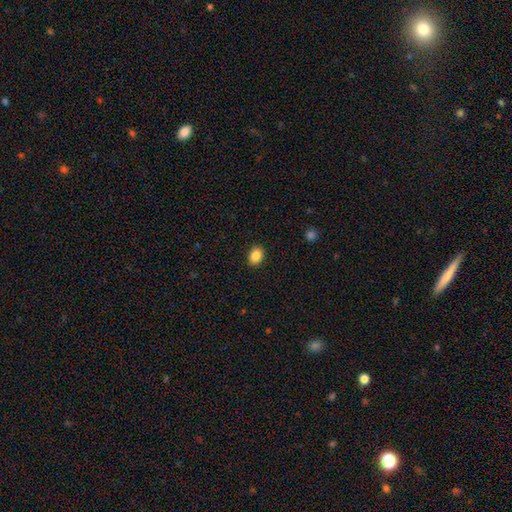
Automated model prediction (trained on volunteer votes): Smooth or featured: smooth — 86% (star or artifact — 9%)
How rounded: in between — 68% (round — 31%)
Merging: none — 90% (minor disturbance — 7%)